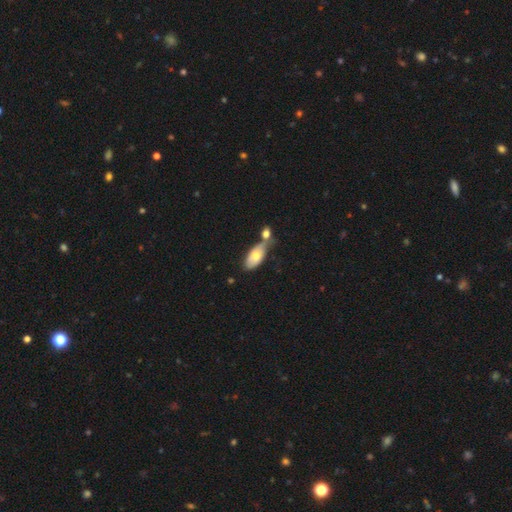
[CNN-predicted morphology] This appears to be a smooth galaxy with no disk features (66%) that is in between round and cigar-shaped (90%). Merging: merger (47%).